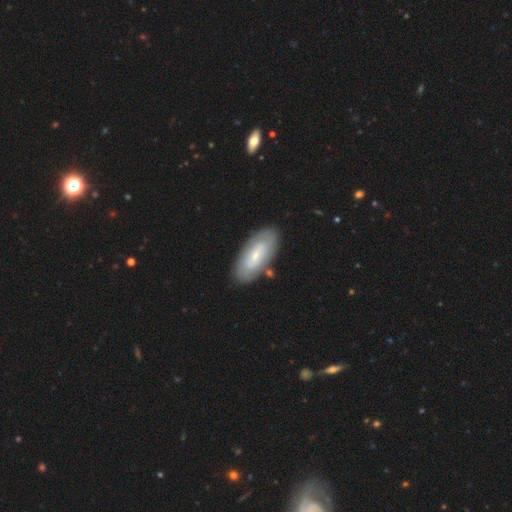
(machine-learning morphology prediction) smooth-or-featured: featured or disk: 49% | smooth: 46% | star or artifact: 5%
  merging: none: 83% | minor disturbance: 11% | major disturbance: 3% | merger: 3%